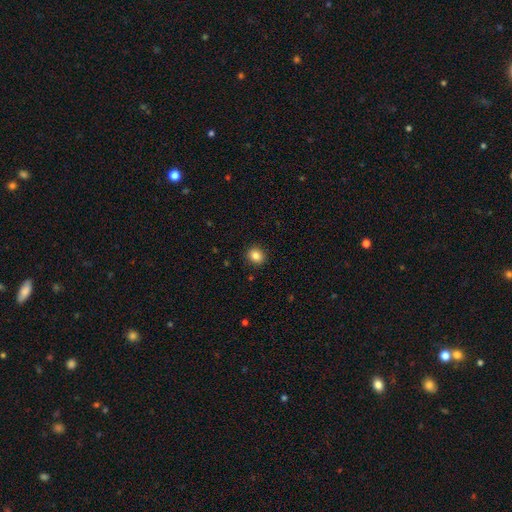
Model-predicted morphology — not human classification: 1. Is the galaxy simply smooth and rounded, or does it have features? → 85% smooth, 10% star or artifact, 5% featured or disk.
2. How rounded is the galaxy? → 72% round, 28% in between, 1% cigar-shaped.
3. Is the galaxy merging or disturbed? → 91% none, 6% minor disturbance, 2% major disturbance, 1% merger.